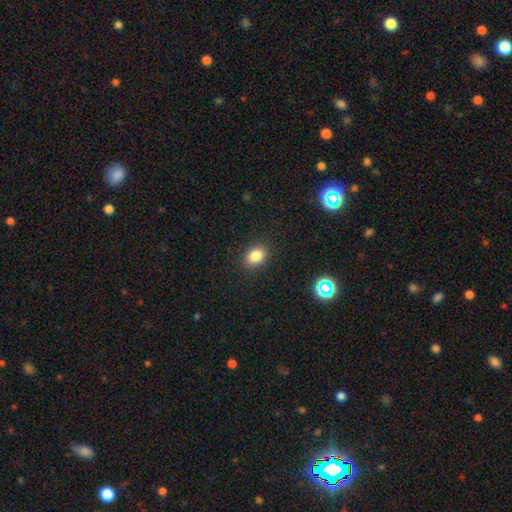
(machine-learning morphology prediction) smooth-or-featured: smooth: 83% | star or artifact: 11% | featured or disk: 6%
  how-rounded: in between: 65% | round: 34% | cigar-shaped: 1%
  merging: none: 88% | minor disturbance: 9% | major disturbance: 3% | merger: 1%